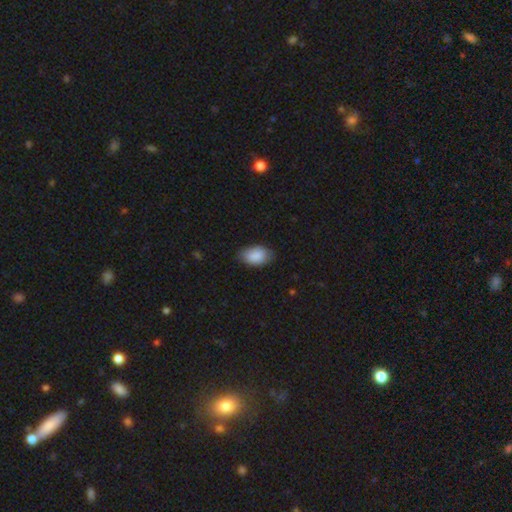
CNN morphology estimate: Overall: smooth (87%). How rounded: in between (92%). Merging: none (76%).